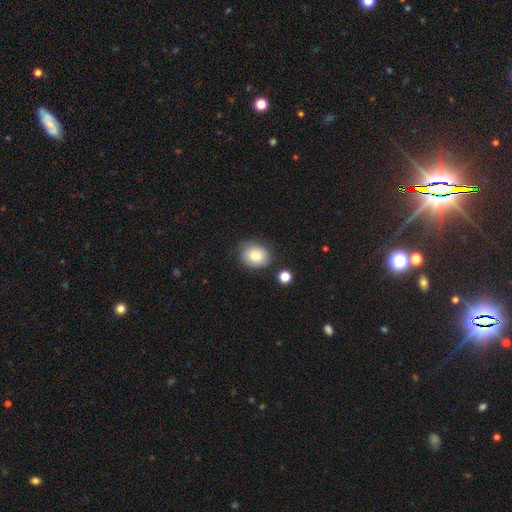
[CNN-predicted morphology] smooth-or-featured: smooth: 83% | featured or disk: 9% | star or artifact: 8%
  how-rounded: round: 56% | in between: 43% | cigar-shaped: 1%
  merging: none: 73% | minor disturbance: 18% | major disturbance: 5% | merger: 4%